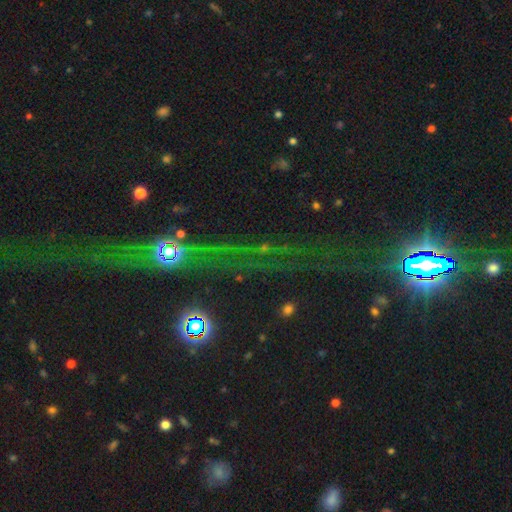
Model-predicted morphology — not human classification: Q: Smooth or featured?
A: star or artifact (76%); runner-up: smooth (13%)